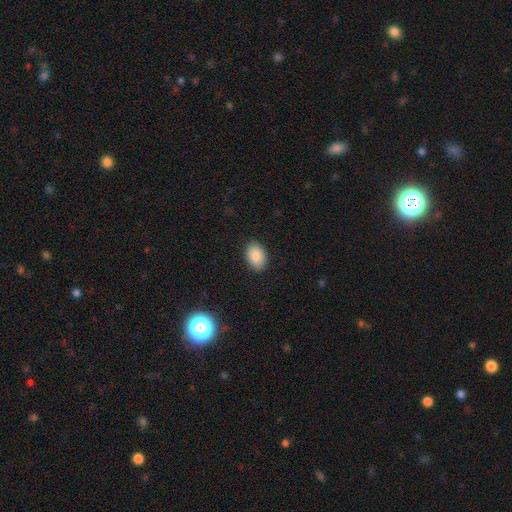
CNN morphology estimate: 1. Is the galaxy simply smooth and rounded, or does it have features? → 88% smooth, 8% star or artifact, 4% featured or disk.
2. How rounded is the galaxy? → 82% in between, 17% round, 1% cigar-shaped.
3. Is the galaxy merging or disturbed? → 88% none, 9% minor disturbance, 2% major disturbance, 1% merger.